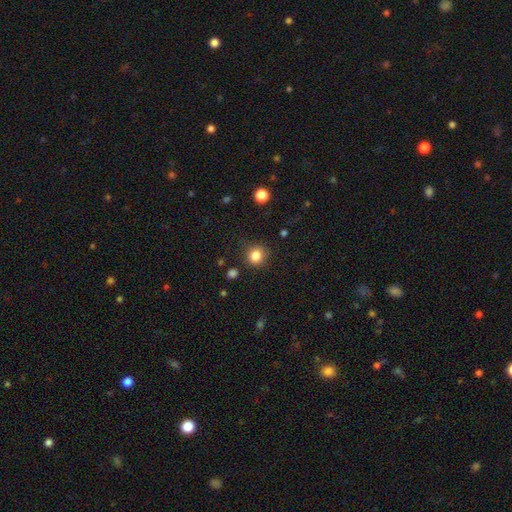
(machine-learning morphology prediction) The model was most divided on "how rounded": round: 83%, in between: 16%, cigar-shaped: 1%. More confident: smooth or featured — smooth (84%); merging — none (84%).